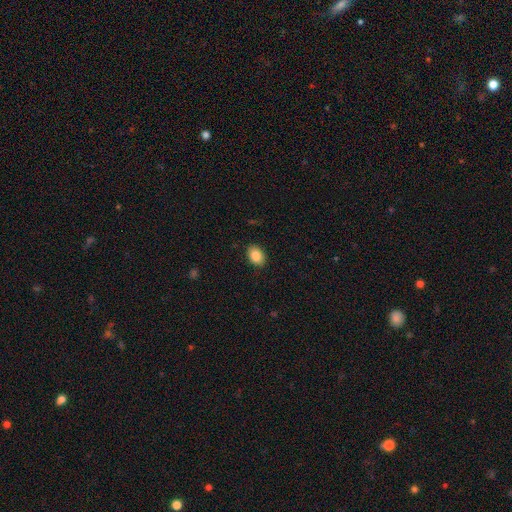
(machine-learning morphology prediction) smooth-or-featured: smooth: 86% | star or artifact: 8% | featured or disk: 6%
  how-rounded: in between: 76% | round: 23% | cigar-shaped: 1%
  merging: none: 88% | minor disturbance: 9% | major disturbance: 2% | merger: 1%